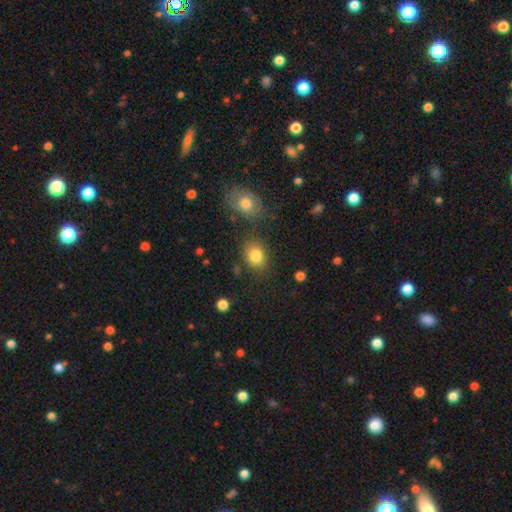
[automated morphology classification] Smooth or featured?
  - smooth: 84% *
  - star or artifact: 10%
  - featured or disk: 7%
How rounded?
  - in between: 58% *
  - round: 41%
  - cigar-shaped: 1%
Merging?
  - none: 70% *
  - minor disturbance: 15%
  - merger: 10%
  - major disturbance: 5%